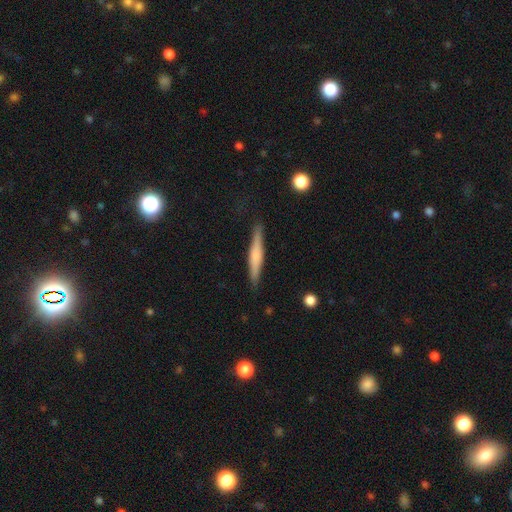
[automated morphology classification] This appears to be a smooth galaxy with no disk features (49%). Merging: none (86%).